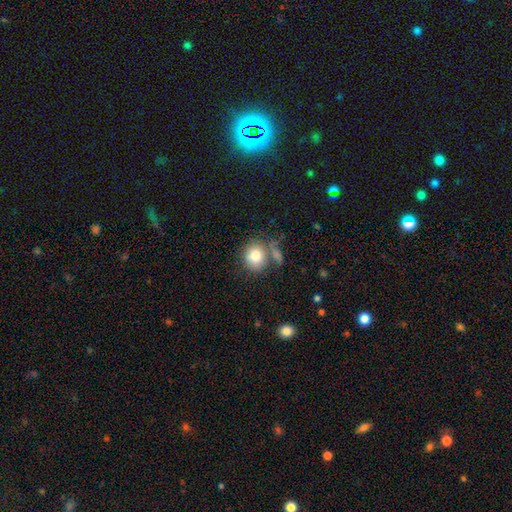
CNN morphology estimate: Smooth or featured? smooth (78%)
How rounded? round (76%)
Merging? none (60%)